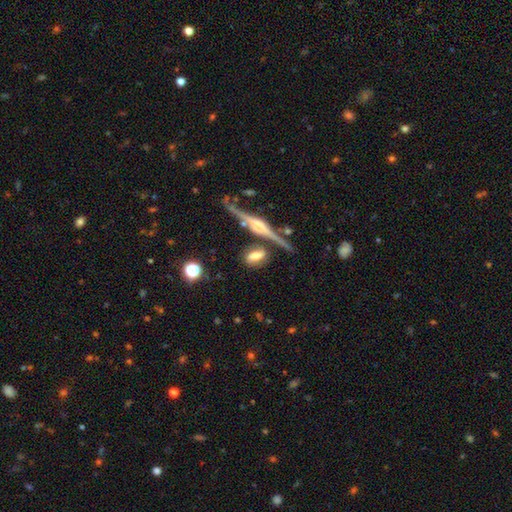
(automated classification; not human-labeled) smooth_or_featured: smooth (p=0.51) [alt: featured or disk p=0.40]
how_rounded: in between (p=0.75) [alt: round p=0.13]
merging: none (p=0.67) [alt: minor disturbance p=0.17]